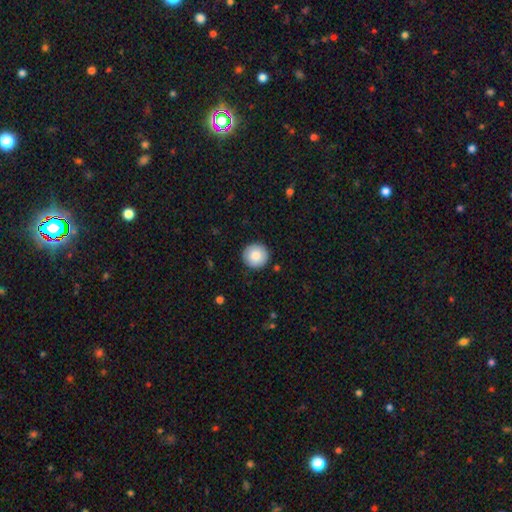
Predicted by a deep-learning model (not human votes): Morphology: type=smooth (83%); roundness=round (96%); merging=none (91%).